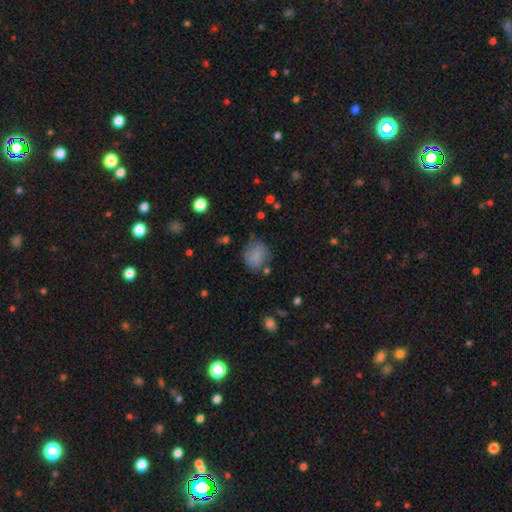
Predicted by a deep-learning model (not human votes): Q: Smooth or featured?
A: smooth (75%); runner-up: featured or disk (15%)
Q: How rounded?
A: round (69%); runner-up: in between (30%)
Q: Merging?
A: none (60%); runner-up: minor disturbance (25%)